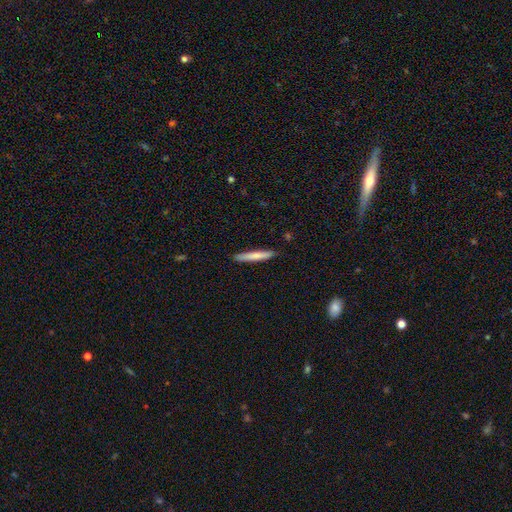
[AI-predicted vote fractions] Smooth or featured? smooth (72%)
How rounded? cigar-shaped (94%)
Merging? none (90%)